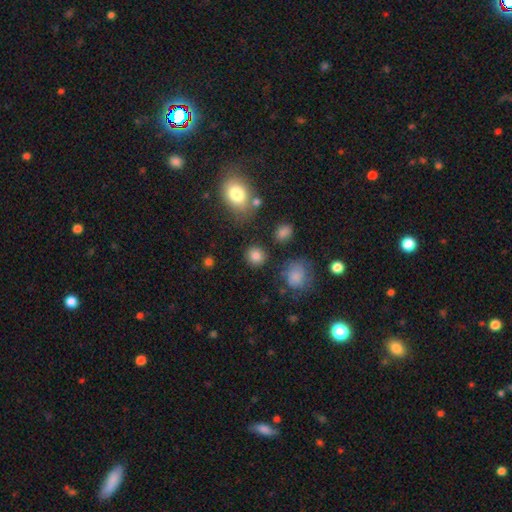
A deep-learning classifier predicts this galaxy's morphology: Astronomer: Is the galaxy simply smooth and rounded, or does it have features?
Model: smooth — 82%.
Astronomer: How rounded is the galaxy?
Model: round — 87%.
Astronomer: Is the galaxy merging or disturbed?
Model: none — 84%.